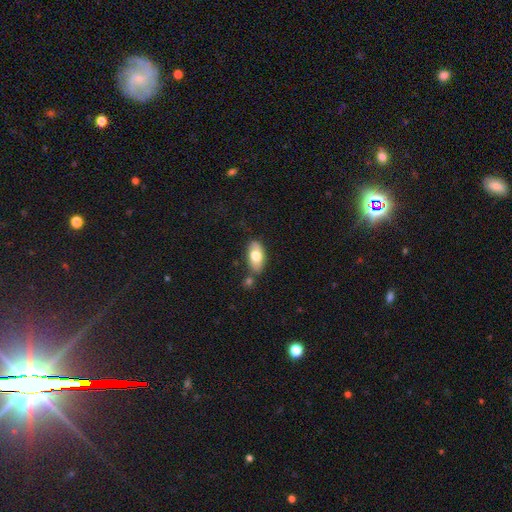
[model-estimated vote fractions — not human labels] smooth-or-featured: smooth: 73% | featured or disk: 21% | star or artifact: 6%
  how-rounded: in between: 92% | cigar-shaped: 4% | round: 4%
  merging: none: 69% | minor disturbance: 16% | merger: 12% | major disturbance: 4%